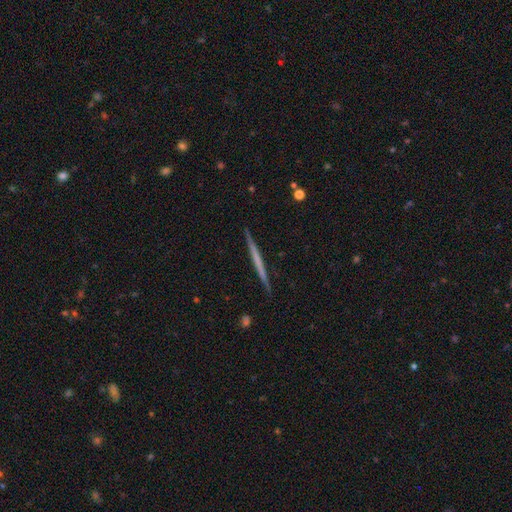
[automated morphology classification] Smooth or featured? featured or disk (56%)
Edge-on disk? yes (98%)
Edge-on bulge? none (91%)
Merging? none (92%)